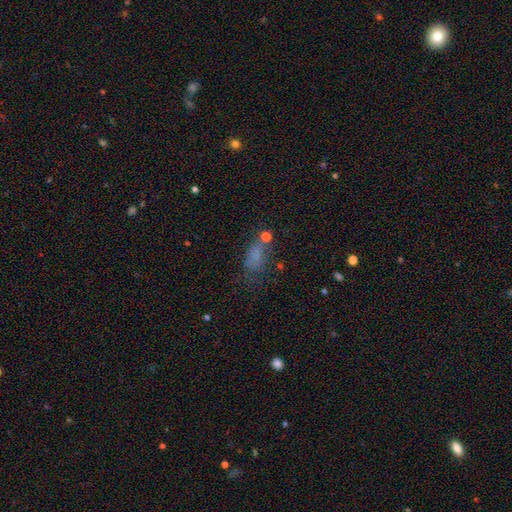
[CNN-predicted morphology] Overall: smooth (64%). How rounded: in between (80%). Merging: none (42%; major disturbance 25%).